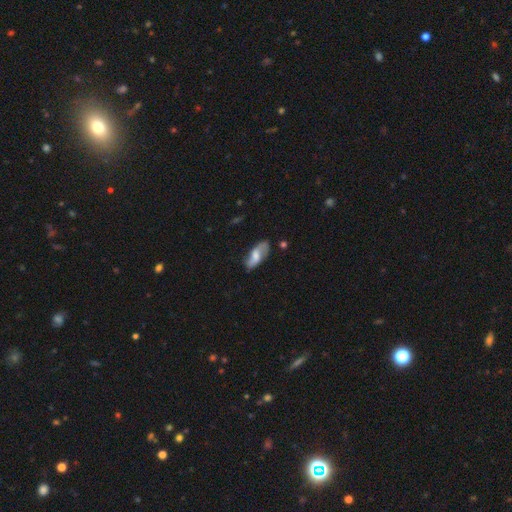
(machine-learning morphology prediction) This appears to be a featured or disk galaxy (53%). Merging: none (73%).